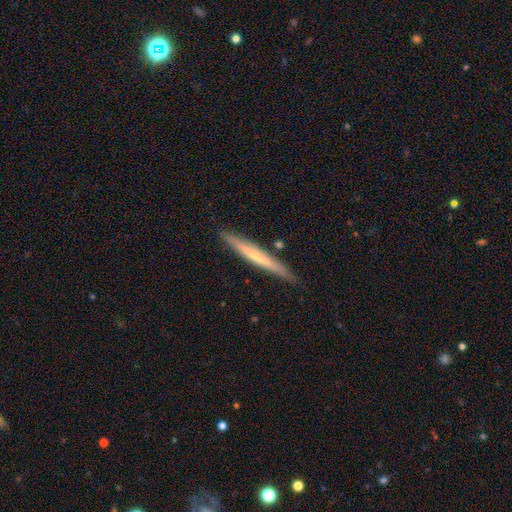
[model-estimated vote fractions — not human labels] A featured or disk galaxy (50%).

Vote fractions:
- Smooth or featured? featured or disk: 50% / smooth: 45% / star or artifact: 6%
- Merging? none: 88% / minor disturbance: 9% / merger: 2% / major disturbance: 2%